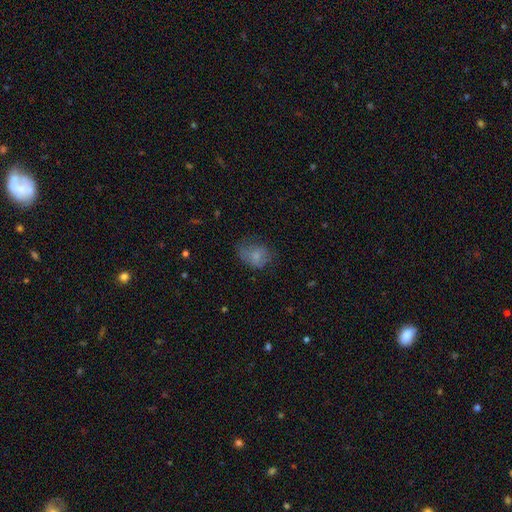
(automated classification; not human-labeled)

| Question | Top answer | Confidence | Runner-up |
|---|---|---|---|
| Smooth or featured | smooth | 70% | featured or disk (20%) |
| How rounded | in between | 57% | round (42%) |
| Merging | none | 45% | minor disturbance (31%) |